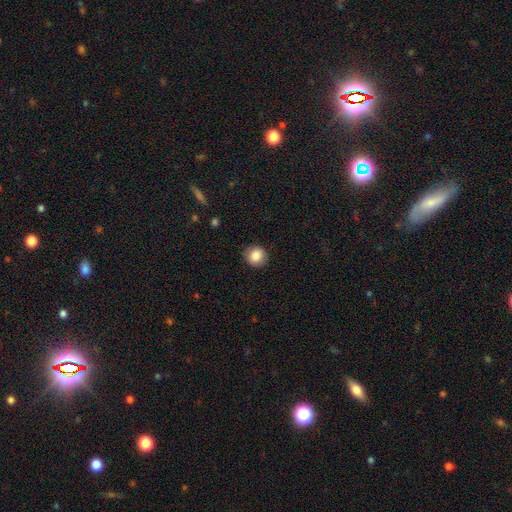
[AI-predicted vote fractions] This appears to be a smooth galaxy with no disk features (86%) that is round (91%). Merging: none (88%).